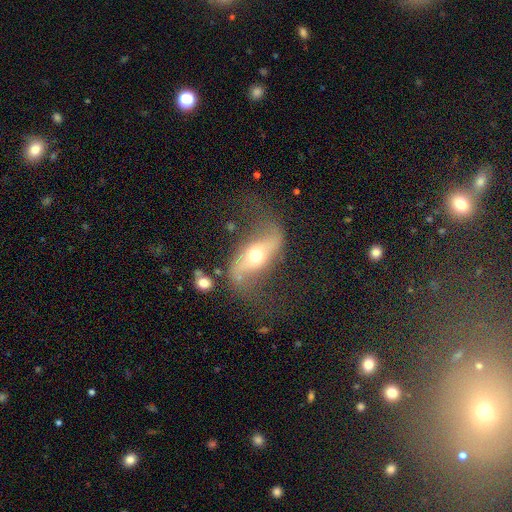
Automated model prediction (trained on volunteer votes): Smooth or featured: featured or disk — 80% (smooth — 14%)
Edge-on disk: no — 87% (yes — 13%)
Bar: no — 44% (strong — 30%)
Spiral arms: yes — 88% (no — 12%)
Spiral winding: loose — 85% (medium — 11%)
Spiral arm count: 2 — 92% (can't tell — 3%)
Bulge size: moderate — 67% (small — 23%)
Merging: none — 57% (major disturbance — 20%)